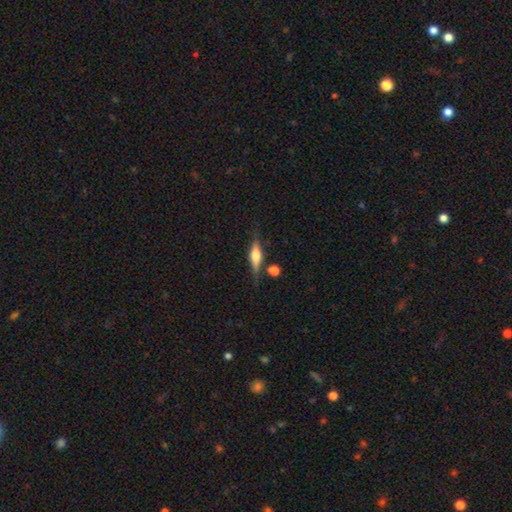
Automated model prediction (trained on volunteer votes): featured or disk 61%, smooth 32%, star or artifact 7%. Down the decision tree: edge-on disk — yes (95%); edge-on bulge — rounded (85%); merging — none (73%).